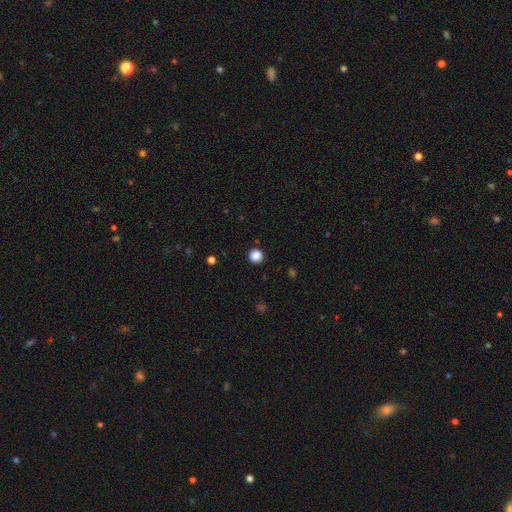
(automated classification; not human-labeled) Smooth or featured?
  - smooth: 86% *
  - star or artifact: 11%
  - featured or disk: 3%
How rounded?
  - round: 93% *
  - in between: 6%
  - cigar-shaped: 1%
Merging?
  - none: 91% *
  - minor disturbance: 6%
  - major disturbance: 2%
  - merger: 1%